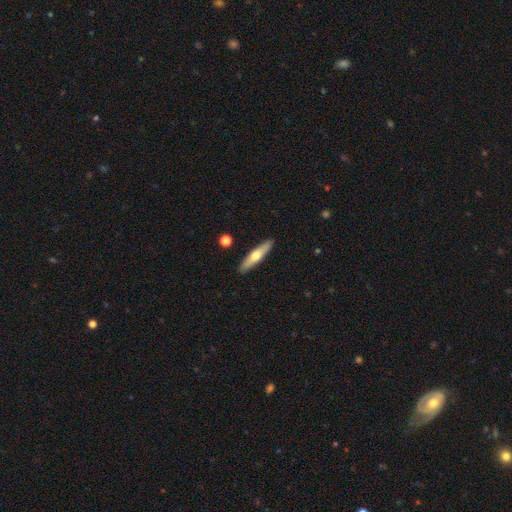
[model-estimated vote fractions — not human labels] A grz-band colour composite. It shows a featured or disk galaxy (48%). Merging: none (90%).